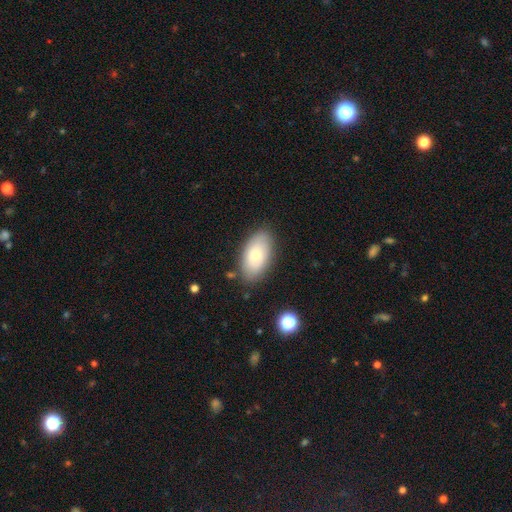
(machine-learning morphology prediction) This appears to be a smooth galaxy with no disk features (67%) that is in between round and cigar-shaped (93%). Merging: none (81%).